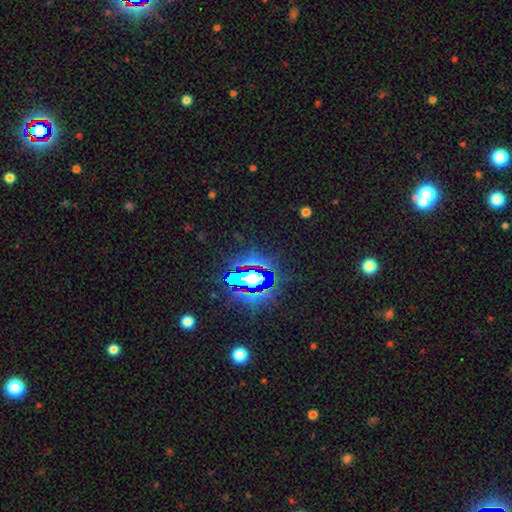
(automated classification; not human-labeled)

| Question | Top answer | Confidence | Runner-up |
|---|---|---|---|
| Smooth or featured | star or artifact | 82% | smooth (10%) |